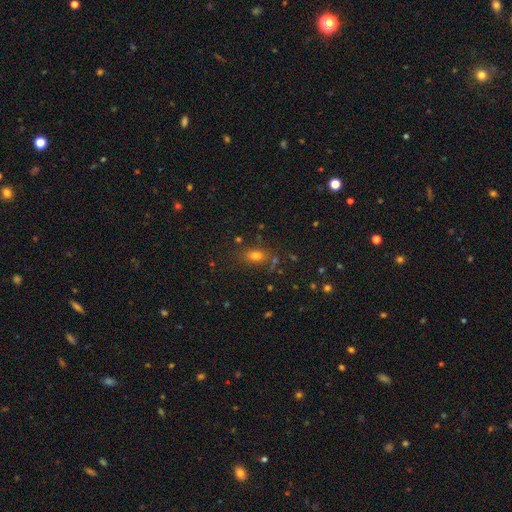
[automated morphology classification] The model was most divided on "smooth or featured": smooth: 71%, star or artifact: 18%, featured or disk: 11%. More confident: how rounded — in between (76%); merging — none (74%).